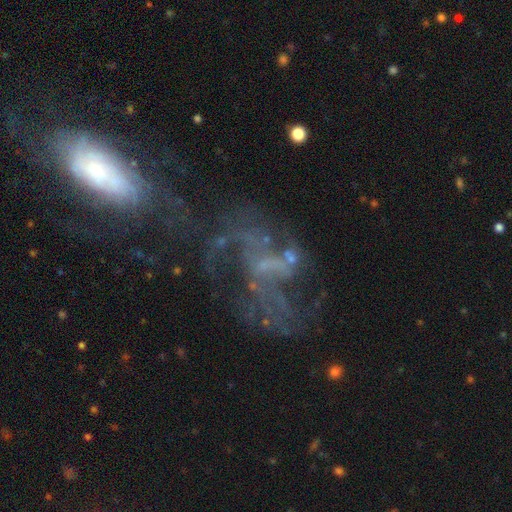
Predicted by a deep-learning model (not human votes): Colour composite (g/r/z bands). It shows a featured or disk galaxy (65%) with no bar (64%), spiral arms (55%) and no central bulge (63%). Merging: none (37%).